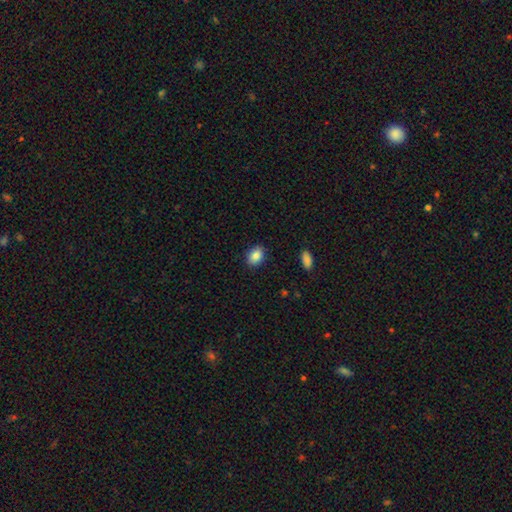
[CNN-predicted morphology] Smooth or featured? Predicted: smooth (p=0.87). How rounded? Predicted: in between (p=0.74). Merging? Predicted: none (p=0.88).